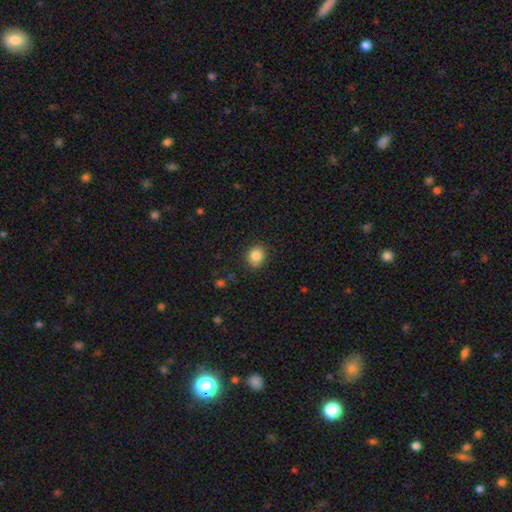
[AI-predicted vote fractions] Morphology: type=smooth (85%); roundness=round (64%); merging=none (85%).